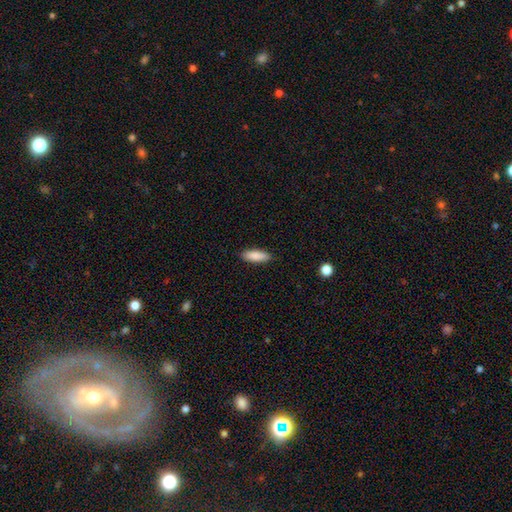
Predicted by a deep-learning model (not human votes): Overall: smooth (88%). How rounded: in between (60%; cigar-shaped 38%). Merging: none (89%).